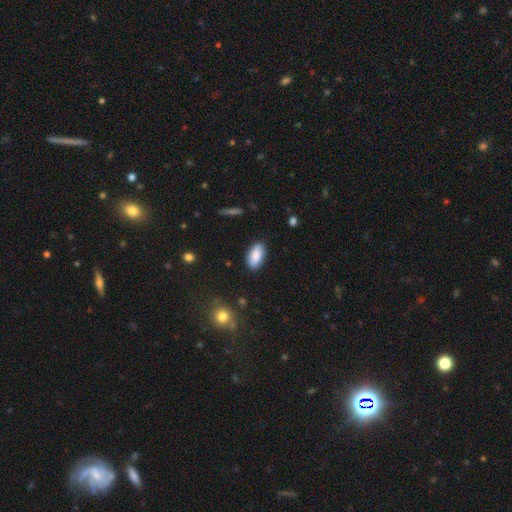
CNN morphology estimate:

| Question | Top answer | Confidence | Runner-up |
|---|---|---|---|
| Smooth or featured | smooth | 83% | featured or disk (11%) |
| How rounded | in between | 92% | cigar-shaped (5%) |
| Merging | none | 84% | minor disturbance (12%) |